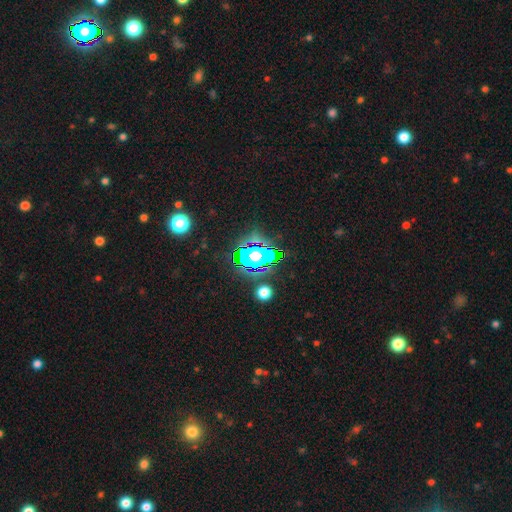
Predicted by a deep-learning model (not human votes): smooth-or-featured: star or artifact: 50% | smooth: 30% | featured or disk: 20%